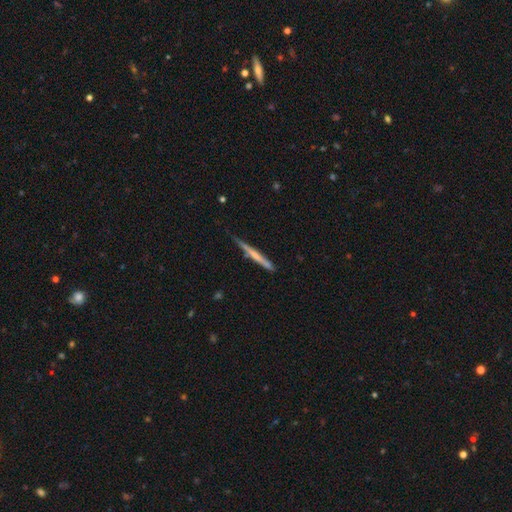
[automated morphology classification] Smooth or featured?
  - featured or disk: 51% *
  - smooth: 44%
  - star or artifact: 6%
Edge-on disk?
  - yes: 96% *
  - no: 4%
Merging?
  - none: 75% *
  - minor disturbance: 19%
  - major disturbance: 3%
  - merger: 2%